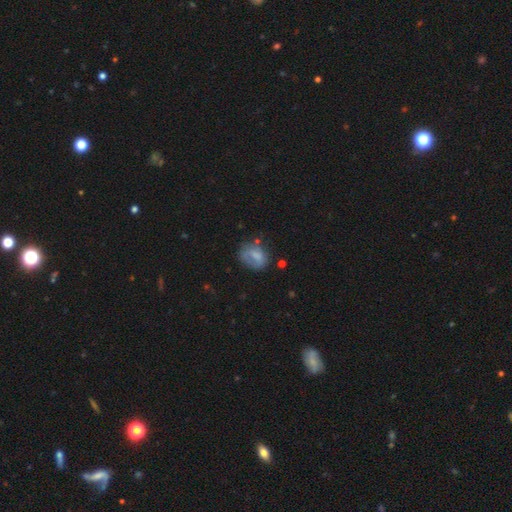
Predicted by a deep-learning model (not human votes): A smooth galaxy with no disk features (64%) that is in between round and cigar-shaped (63%). Merging: none (48%).